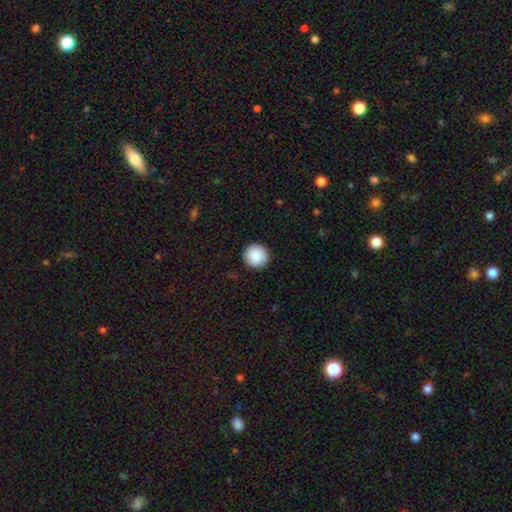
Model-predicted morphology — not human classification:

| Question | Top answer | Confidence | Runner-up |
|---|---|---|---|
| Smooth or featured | smooth | 88% | star or artifact (7%) |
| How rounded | round | 95% | in between (4%) |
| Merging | none | 91% | minor disturbance (6%) |